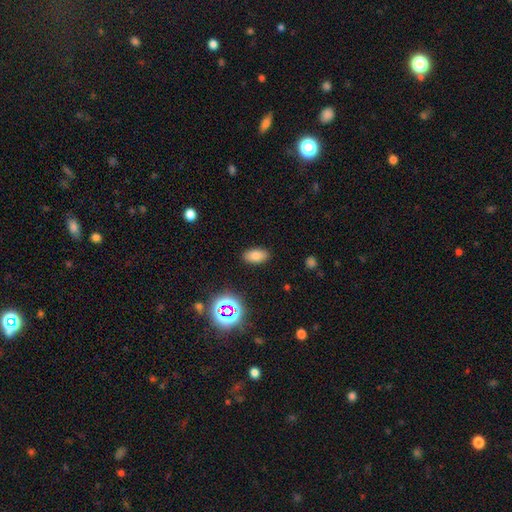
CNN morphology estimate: smooth-or-featured: smooth: 77% | star or artifact: 14% | featured or disk: 9%
  how-rounded: in between: 92% | round: 6% | cigar-shaped: 3%
  merging: none: 87% | minor disturbance: 9% | major disturbance: 3% | merger: 1%